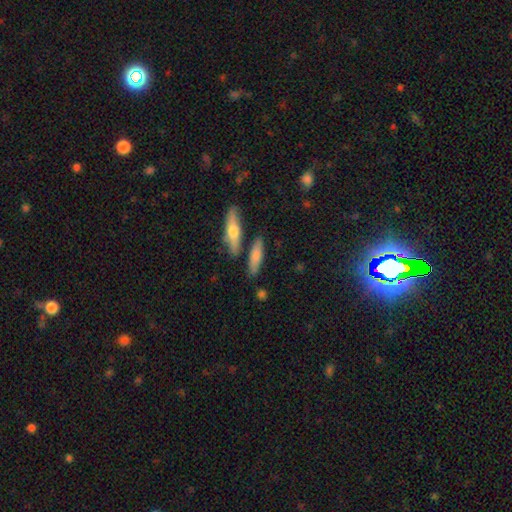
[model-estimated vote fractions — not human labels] smooth_or_featured: smooth (p=0.71) [alt: featured or disk p=0.23]
how_rounded: cigar-shaped (p=0.60) [alt: in between p=0.37]
merging: none (p=0.76) [alt: minor disturbance p=0.12]